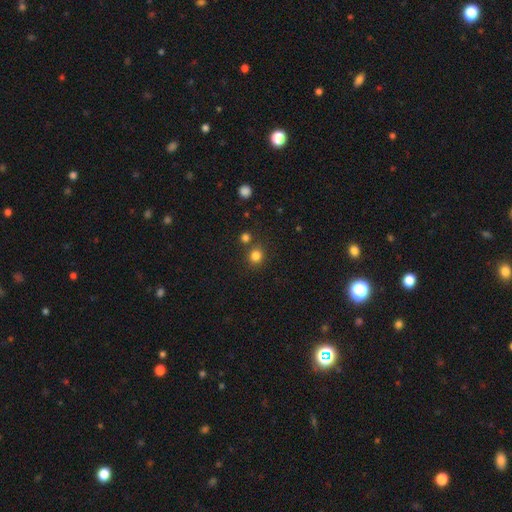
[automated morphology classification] Smooth or featured? Predicted: smooth (p=0.82). How rounded? Predicted: round (p=0.83). Merging? Predicted: none (p=0.76).